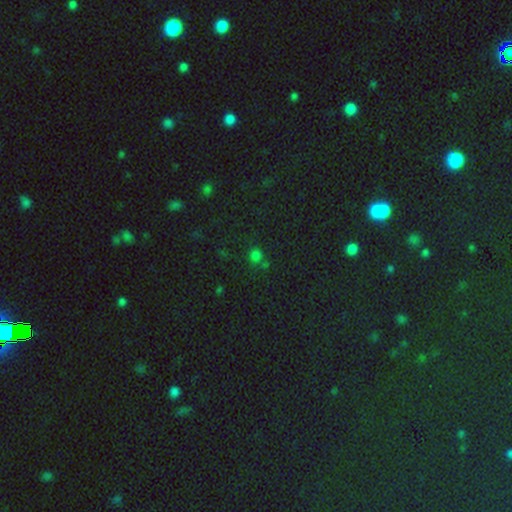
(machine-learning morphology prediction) smooth-or-featured: smooth: 63% | star or artifact: 32% | featured or disk: 6%
  how-rounded: round: 83% | in between: 16% | cigar-shaped: 1%
  merging: none: 68% | merger: 14% | minor disturbance: 13% | major disturbance: 5%